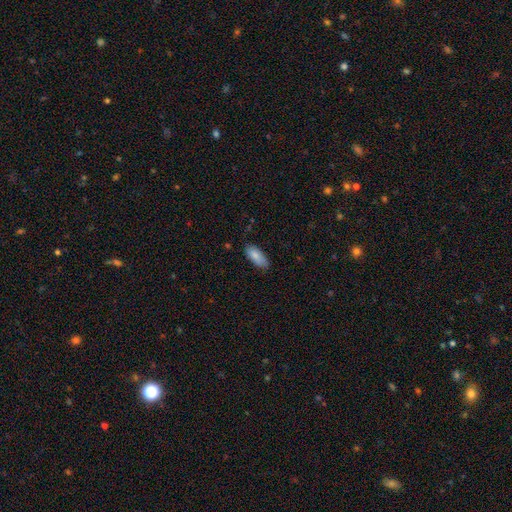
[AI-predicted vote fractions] Morphology: type=smooth (86%); roundness=in between (84%); merging=none (80%).